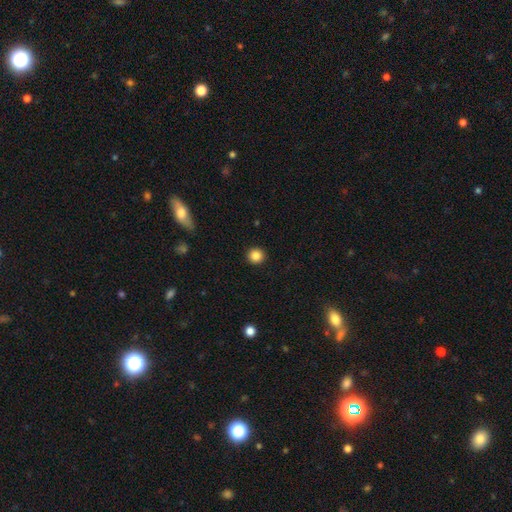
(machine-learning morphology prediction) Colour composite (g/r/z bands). It shows a smooth galaxy with no disk features (86%) that is round (94%). Merging: none (93%).